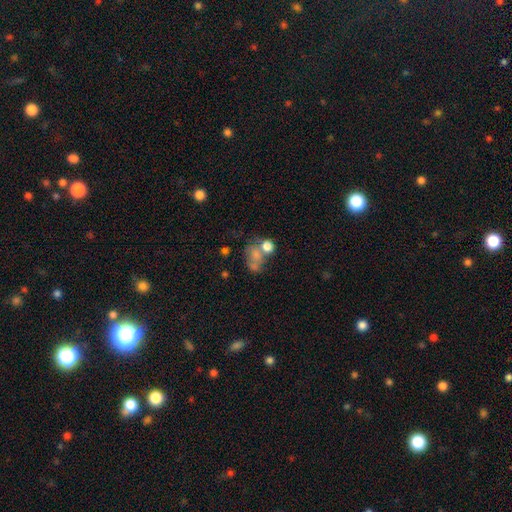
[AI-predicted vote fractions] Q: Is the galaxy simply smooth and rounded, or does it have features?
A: smooth — 63%.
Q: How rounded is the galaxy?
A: in between — 58%.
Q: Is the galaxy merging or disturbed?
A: merger — 45%.